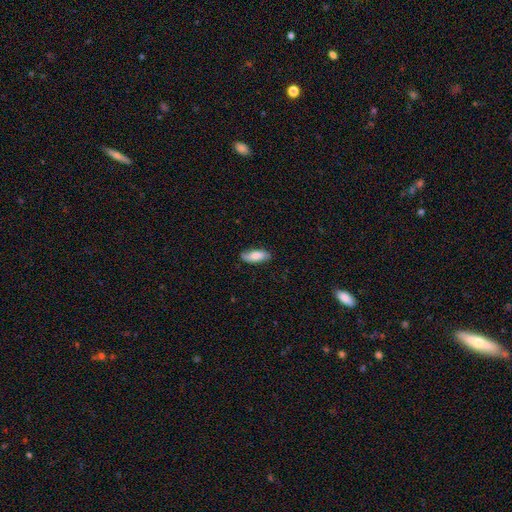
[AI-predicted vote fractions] smooth_or_featured: smooth (p=0.73) [alt: featured or disk p=0.21]
how_rounded: in between (p=0.75) [alt: cigar-shaped p=0.22]
merging: none (p=0.81) [alt: minor disturbance p=0.15]